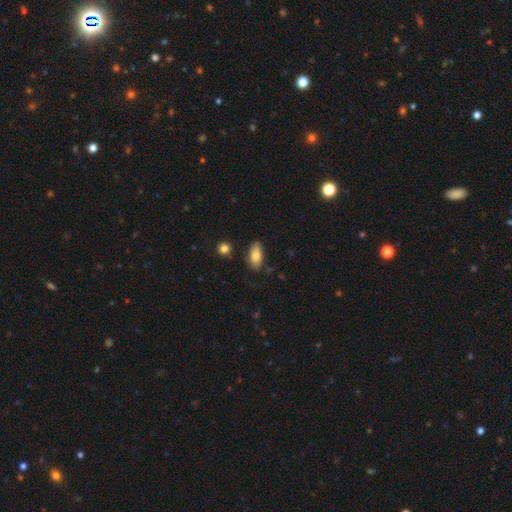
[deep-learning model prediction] This appears to be a smooth galaxy with no disk features (82%) that is in between round and cigar-shaped (89%). Merging: none (77%).